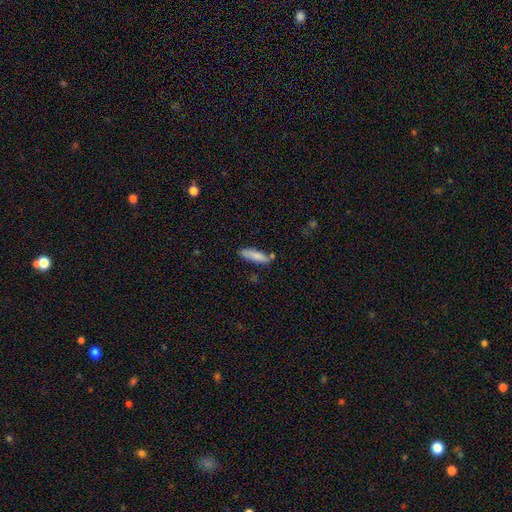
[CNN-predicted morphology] smooth-or-featured: smooth: 80% | featured or disk: 14% | star or artifact: 6%
  how-rounded: cigar-shaped: 68% | in between: 30% | round: 2%
  merging: none: 73% | minor disturbance: 17% | merger: 7% | major disturbance: 3%